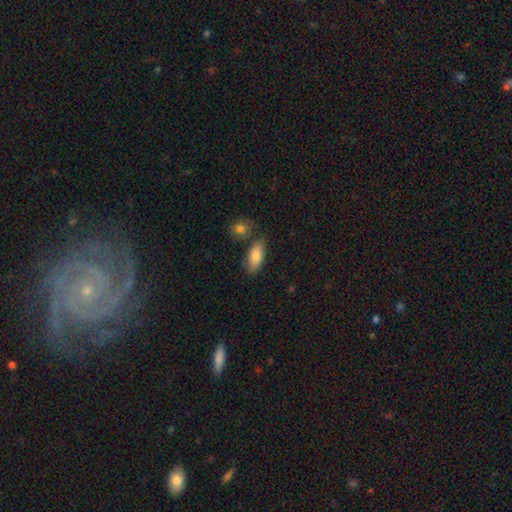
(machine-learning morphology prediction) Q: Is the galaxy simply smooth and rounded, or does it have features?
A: smooth — 82%.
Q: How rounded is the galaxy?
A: in between — 85%.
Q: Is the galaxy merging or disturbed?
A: none — 69%.